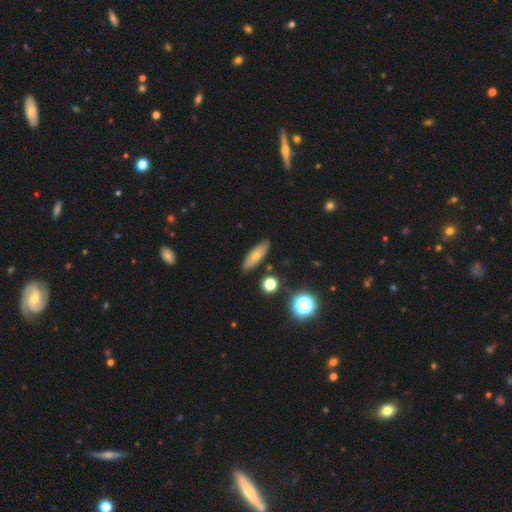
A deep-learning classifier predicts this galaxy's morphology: Smooth or featured? smooth (66%)
How rounded? in between (56%)
Merging? none (84%)